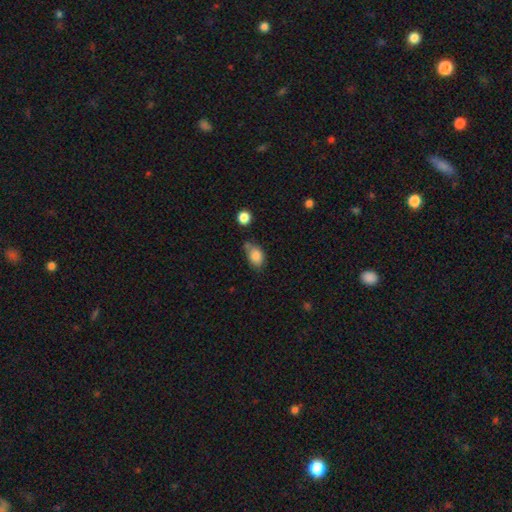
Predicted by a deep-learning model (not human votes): Smooth or featured: smooth — 84% (star or artifact — 9%)
How rounded: in between — 80% (round — 19%)
Merging: none — 54% (minor disturbance — 27%)